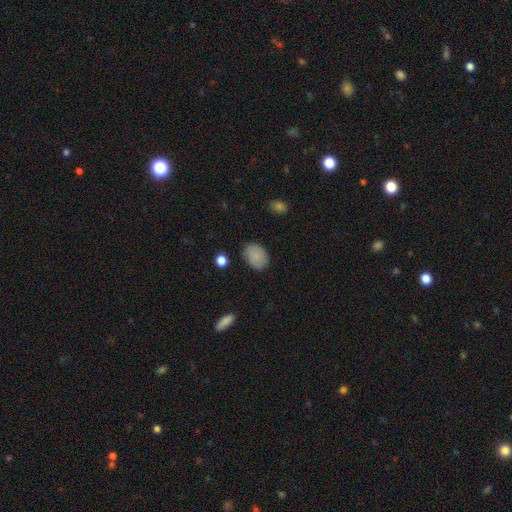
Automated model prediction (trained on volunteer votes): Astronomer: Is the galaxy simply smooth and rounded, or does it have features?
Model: smooth — 85%.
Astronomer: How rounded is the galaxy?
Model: in between — 80%.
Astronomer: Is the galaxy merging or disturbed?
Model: none — 83%.